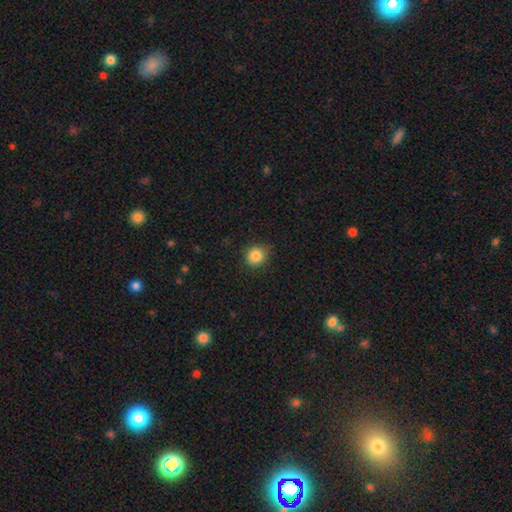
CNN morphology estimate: A smooth galaxy with no disk features (85%) that is round (87%).

Vote fractions:
- Smooth or featured? smooth: 85% / star or artifact: 10% / featured or disk: 5%
- How rounded? round: 87% / in between: 12% / cigar-shaped: 1%
- Merging? none: 83% / minor disturbance: 13% / major disturbance: 2% / merger: 1%